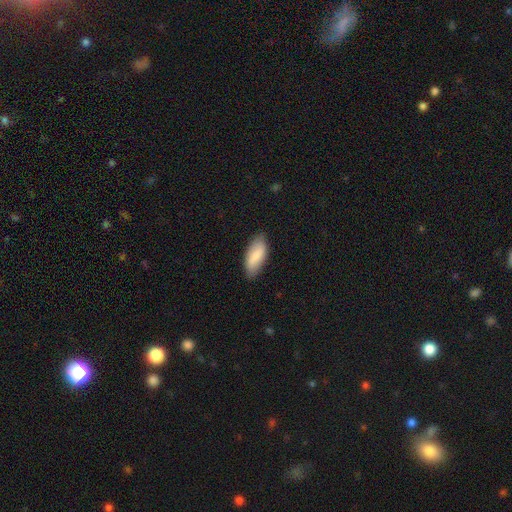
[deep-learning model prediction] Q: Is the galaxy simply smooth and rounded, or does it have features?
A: smooth — 80%.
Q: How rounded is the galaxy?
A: in between — 85%.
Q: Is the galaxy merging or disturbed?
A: none — 79%.